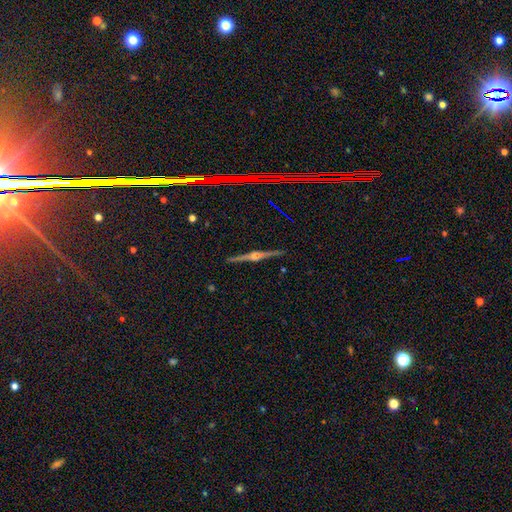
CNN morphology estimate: featured or disk 84%, star or artifact 9%, smooth 8%. Down the decision tree: edge-on disk — yes (98%); edge-on bulge — rounded (86%); merging — none (92%).